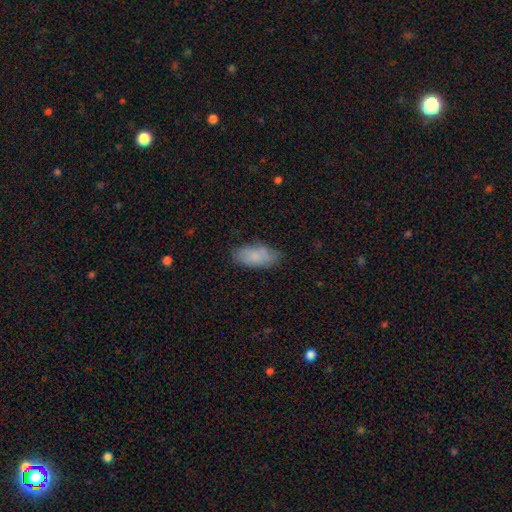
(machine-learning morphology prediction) Smooth or featured? Predicted: smooth (p=0.81). How rounded? Predicted: in between (p=0.90). Merging? Predicted: none (p=0.72).